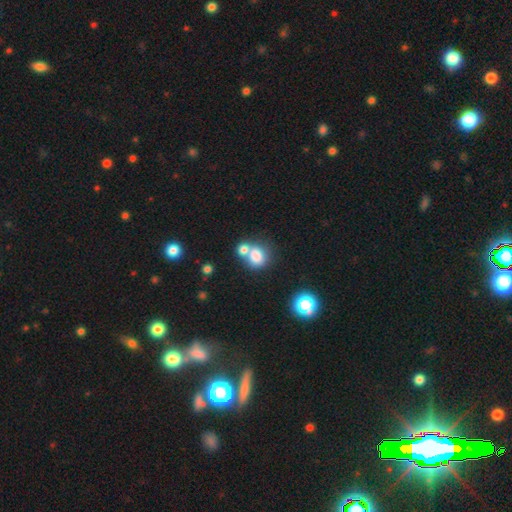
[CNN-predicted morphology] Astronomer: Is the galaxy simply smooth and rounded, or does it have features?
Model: smooth — 77%.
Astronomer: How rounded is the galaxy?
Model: round — 66%.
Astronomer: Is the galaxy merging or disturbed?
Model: merger — 50% (runner-up: none, 37%).